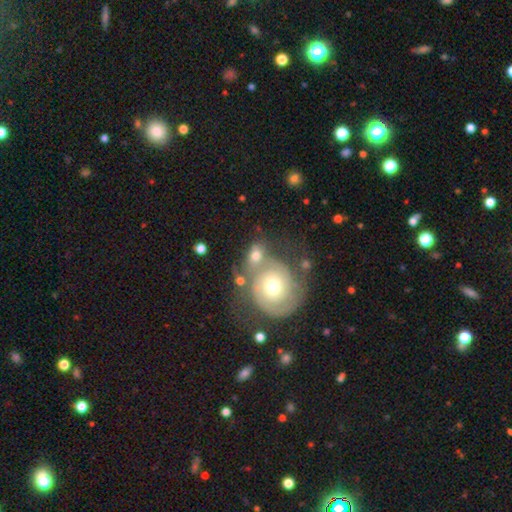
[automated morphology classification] Smooth or featured: featured or disk — 50% (smooth — 40%)
Merging: merger — 40% (none — 37%)